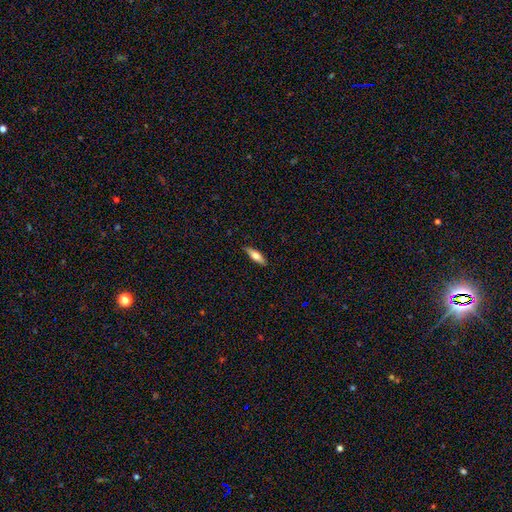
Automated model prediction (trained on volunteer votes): Overall: smooth (64%; featured or disk 30%). How rounded: cigar-shaped (55%; in between 43%). Merging: none (87%).